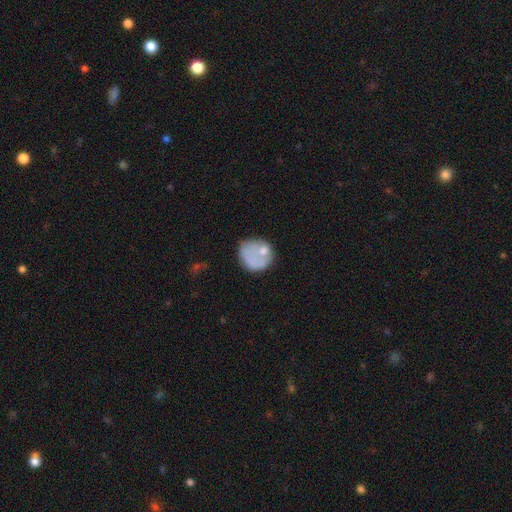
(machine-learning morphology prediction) smooth_or_featured: smooth (p=0.63) [alt: featured or disk p=0.27]
how_rounded: round (p=0.78) [alt: in between p=0.21]
merging: none (p=0.50) [alt: minor disturbance p=0.23]